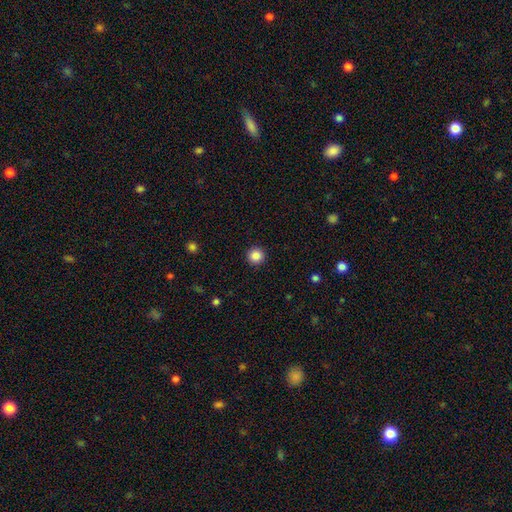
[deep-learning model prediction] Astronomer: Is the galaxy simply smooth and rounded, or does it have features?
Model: smooth — 86%.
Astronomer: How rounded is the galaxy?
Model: round — 96%.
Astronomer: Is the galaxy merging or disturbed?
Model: none — 93%.